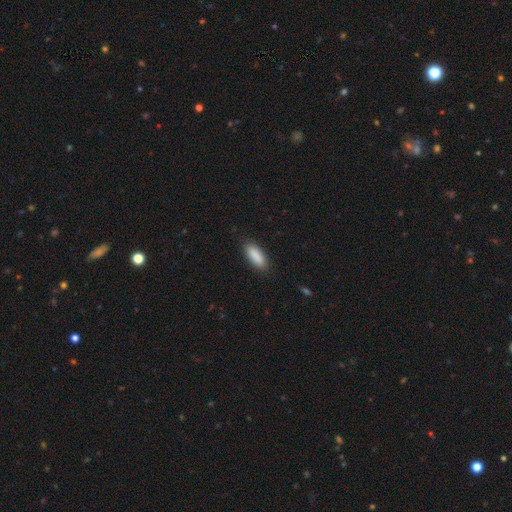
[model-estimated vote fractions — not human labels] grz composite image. It shows a smooth galaxy with no disk features (90%) that is in between round and cigar-shaped (75%). Merging: none (86%).